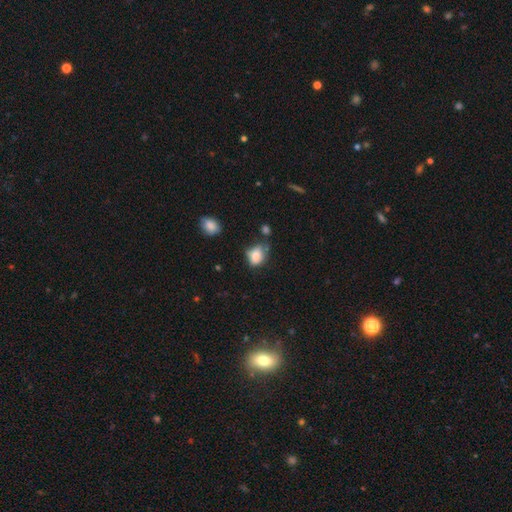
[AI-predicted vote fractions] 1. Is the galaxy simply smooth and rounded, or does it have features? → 78% smooth, 12% featured or disk, 9% star or artifact.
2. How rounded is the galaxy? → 73% in between, 26% round, 1% cigar-shaped.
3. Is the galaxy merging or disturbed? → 39% minor disturbance, 35% none, 17% major disturbance, 9% merger.